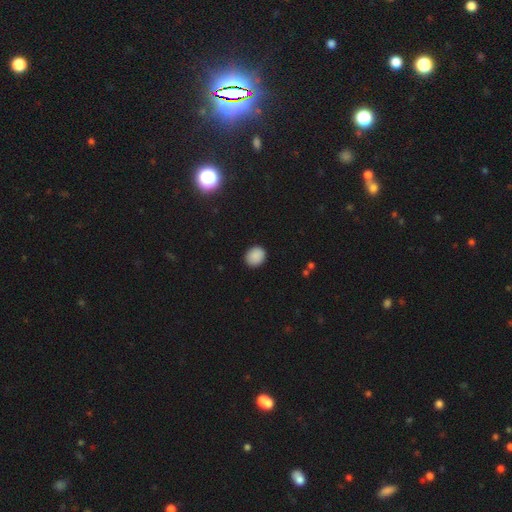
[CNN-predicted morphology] Smooth or featured?
  - smooth: 88% *
  - star or artifact: 9%
  - featured or disk: 3%
How rounded?
  - round: 63% *
  - in between: 36%
  - cigar-shaped: 1%
Merging?
  - none: 89% *
  - minor disturbance: 8%
  - major disturbance: 2%
  - merger: 1%